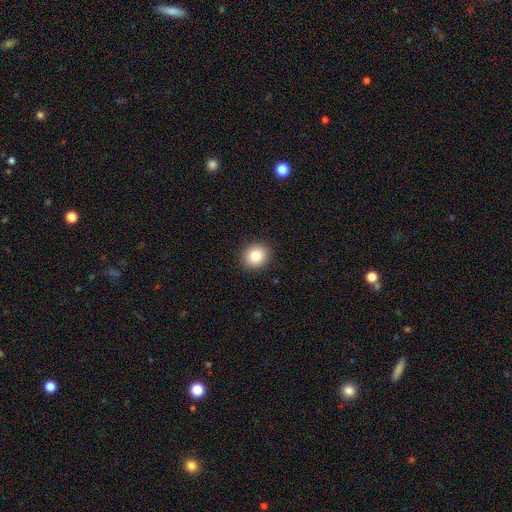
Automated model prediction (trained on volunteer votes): Overall: smooth (82%). How rounded: round (83%). Merging: none (92%).